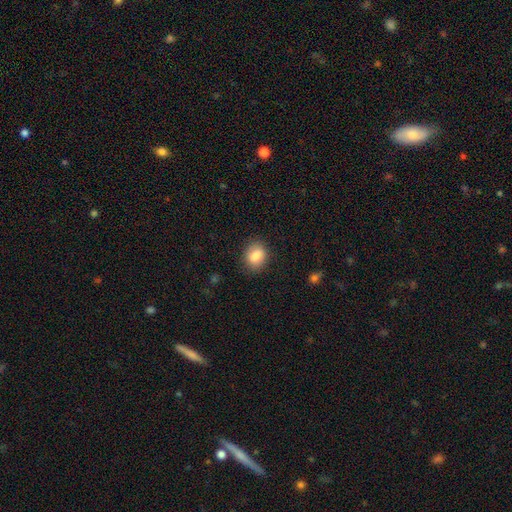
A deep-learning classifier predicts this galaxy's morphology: smooth-or-featured: smooth: 84% | star or artifact: 8% | featured or disk: 8%
  how-rounded: in between: 52% | round: 47% | cigar-shaped: 1%
  merging: none: 84% | minor disturbance: 12% | major disturbance: 3% | merger: 1%